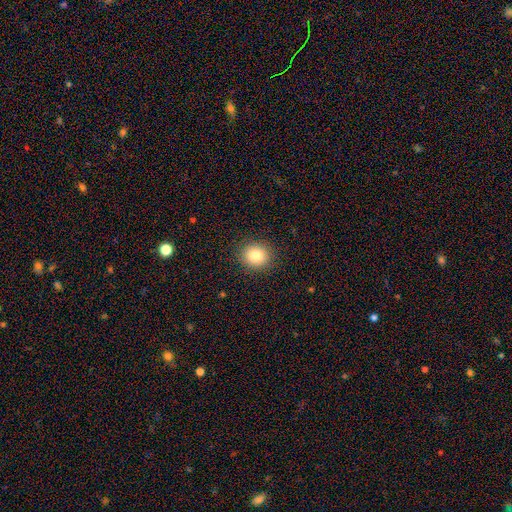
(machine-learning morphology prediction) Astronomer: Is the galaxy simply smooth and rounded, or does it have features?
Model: smooth — 81%.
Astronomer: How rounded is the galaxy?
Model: round — 83%.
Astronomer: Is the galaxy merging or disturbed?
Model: none — 90%.